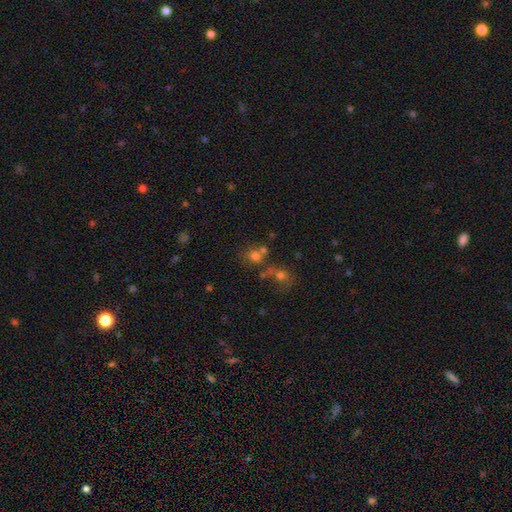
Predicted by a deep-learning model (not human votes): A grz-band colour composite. It shows a smooth galaxy with no disk features (47%). Merging: none (43%).